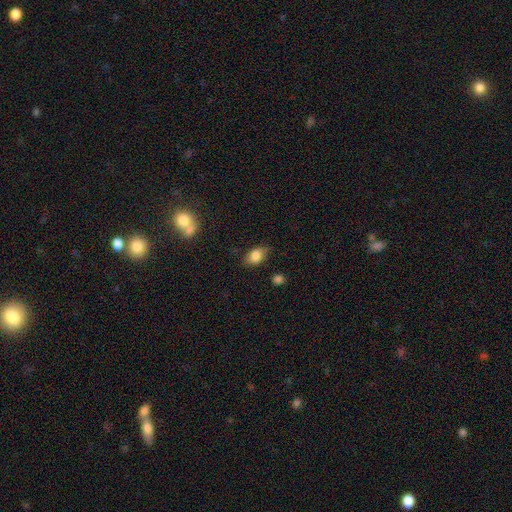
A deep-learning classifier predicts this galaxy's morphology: This is clearly a smooth galaxy (80%). How rounded: clearly in between (83%). Merging: likely none (75%).